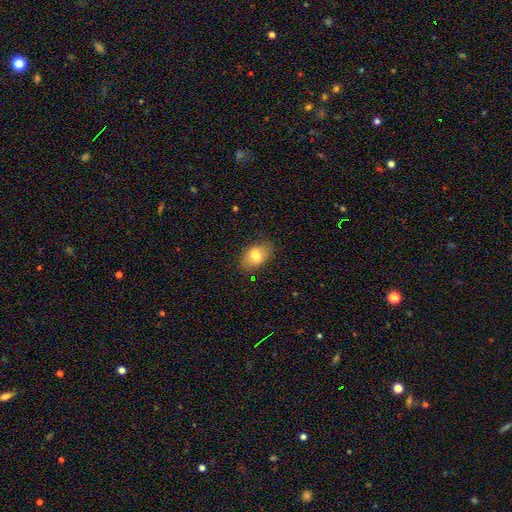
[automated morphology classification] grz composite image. It shows a smooth galaxy with no disk features (75%) that is in between round and cigar-shaped (83%). Merging: none (79%).